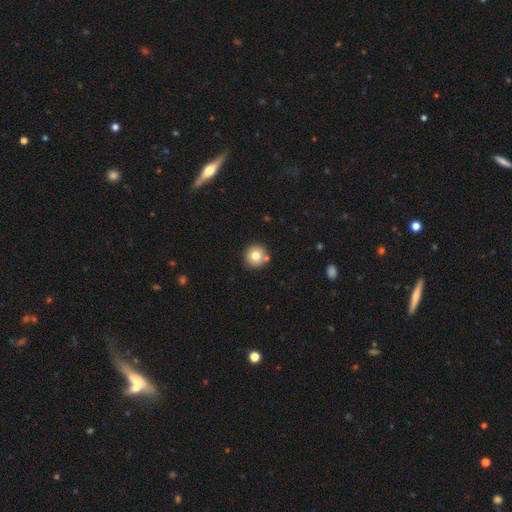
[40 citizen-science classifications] This appears to be a smooth galaxy with no disk features (80%) that is round (97%). Merging: none (81%).